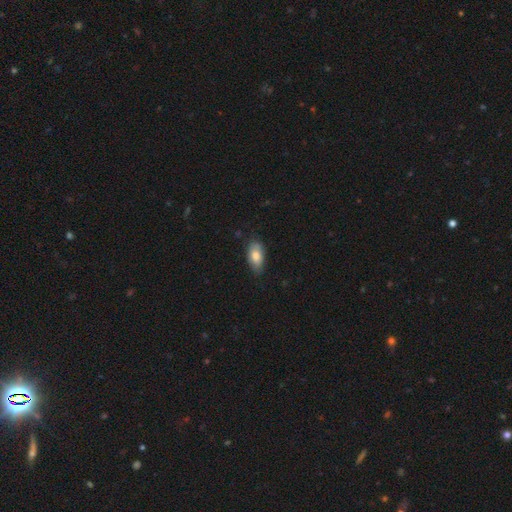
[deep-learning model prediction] This appears to be a smooth galaxy with no disk features (80%) that is in between round and cigar-shaped (91%). Merging: none (75%).